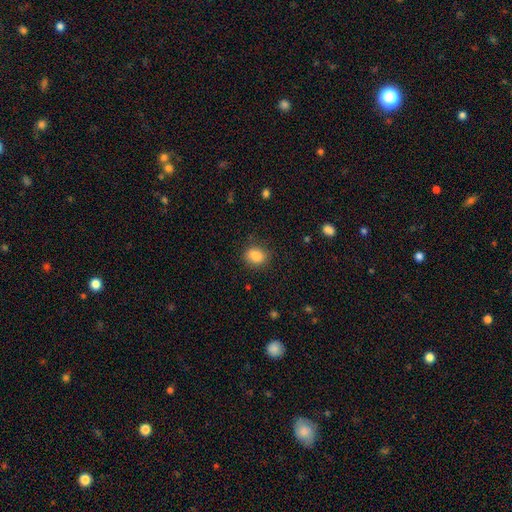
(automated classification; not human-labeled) smooth-or-featured: smooth: 86% | star or artifact: 9% | featured or disk: 5%
  how-rounded: in between: 55% | round: 44% | cigar-shaped: 1%
  merging: none: 83% | minor disturbance: 12% | major disturbance: 3% | merger: 1%